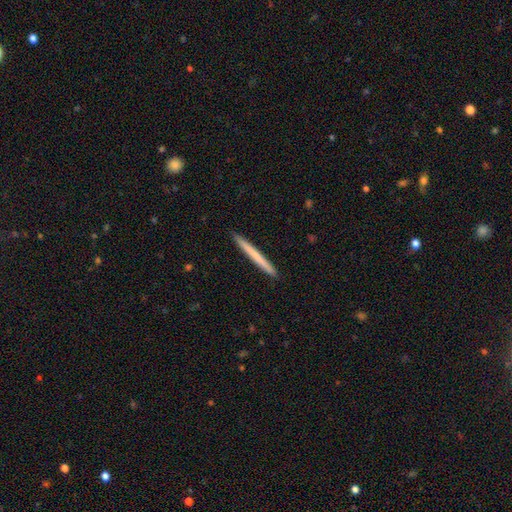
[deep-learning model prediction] smooth 63%, featured or disk 32%, star or artifact 5%. Down the decision tree: how rounded — cigar-shaped (98%); merging — none (93%).